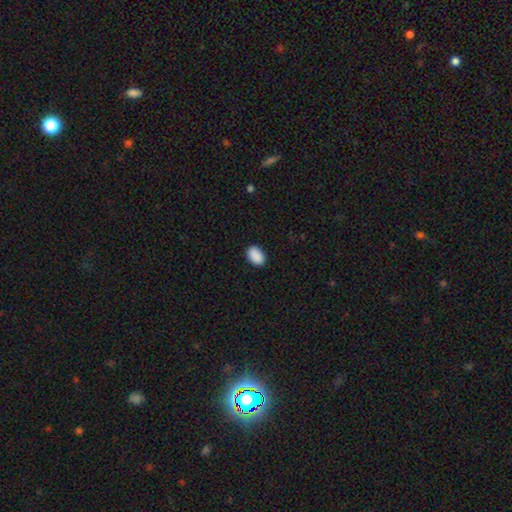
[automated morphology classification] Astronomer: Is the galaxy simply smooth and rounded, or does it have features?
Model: smooth — 91%.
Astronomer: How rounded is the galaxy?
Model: in between — 88%.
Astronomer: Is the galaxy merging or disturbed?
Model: none — 89%.